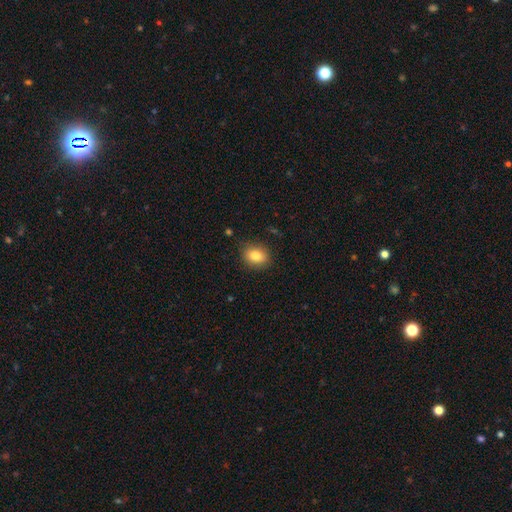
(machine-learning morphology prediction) A smooth galaxy with no disk features (84%) that is in between round and cigar-shaped (63%). Merging: none (85%).